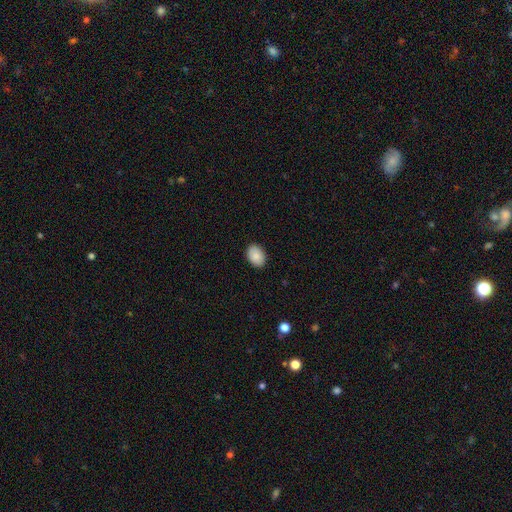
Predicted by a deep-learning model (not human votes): Smooth or featured?
  - smooth: 88% *
  - star or artifact: 7%
  - featured or disk: 5%
How rounded?
  - in between: 82% *
  - round: 17%
  - cigar-shaped: 1%
Merging?
  - none: 90% *
  - minor disturbance: 8%
  - major disturbance: 2%
  - merger: 1%